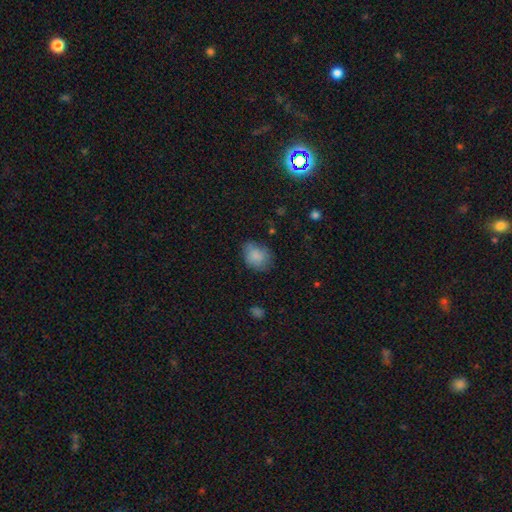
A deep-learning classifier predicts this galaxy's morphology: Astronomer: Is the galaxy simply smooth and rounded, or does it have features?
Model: smooth — 83%.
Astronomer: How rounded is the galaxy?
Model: in between — 55% (runner-up: round, 44%).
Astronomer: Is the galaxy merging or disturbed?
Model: none — 63%.